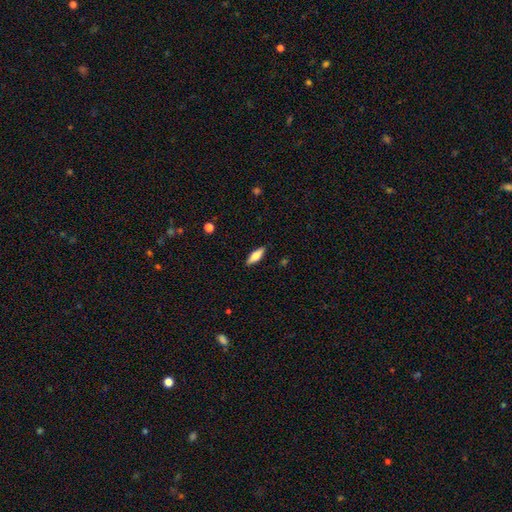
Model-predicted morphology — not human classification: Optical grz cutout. It shows a smooth galaxy with no disk features (67%) that is in between round and cigar-shaped (57%). Merging: none (88%).